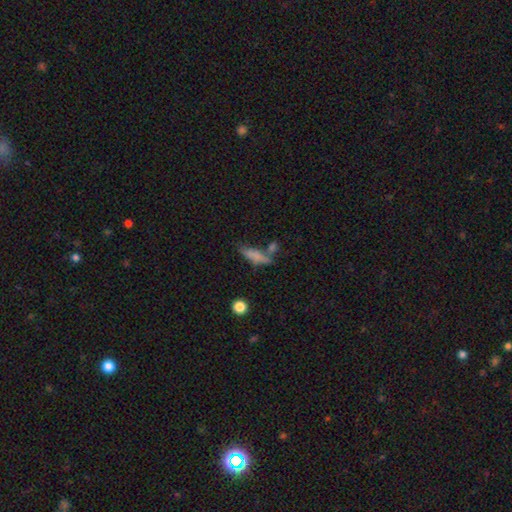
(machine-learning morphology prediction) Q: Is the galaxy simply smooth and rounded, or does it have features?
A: smooth — 68%.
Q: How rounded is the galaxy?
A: cigar-shaped — 58%.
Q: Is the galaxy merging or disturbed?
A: none — 43%.